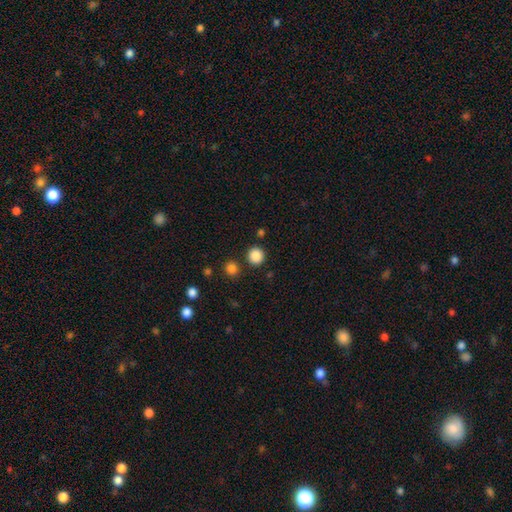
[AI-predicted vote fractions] smooth-or-featured: smooth: 87% | star or artifact: 11% | featured or disk: 3%
  how-rounded: round: 90% | in between: 9% | cigar-shaped: 1%
  merging: none: 87% | minor disturbance: 6% | merger: 4% | major disturbance: 3%